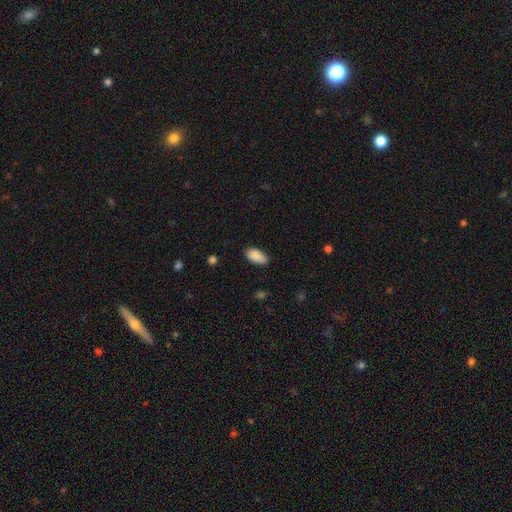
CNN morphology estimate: This appears to be a smooth galaxy with no disk features (88%) that is in between round and cigar-shaped (92%). Merging: none (77%).